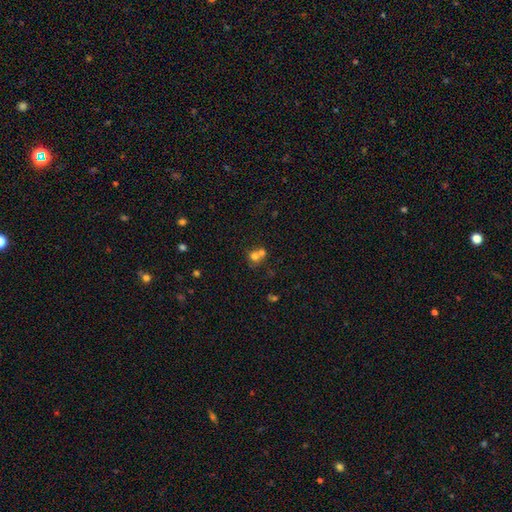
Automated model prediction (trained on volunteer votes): Q: Smooth or featured?
A: smooth (68%); runner-up: featured or disk (17%)
Q: How rounded?
A: round (80%); runner-up: in between (19%)
Q: Merging?
A: merger (57%); runner-up: none (34%)